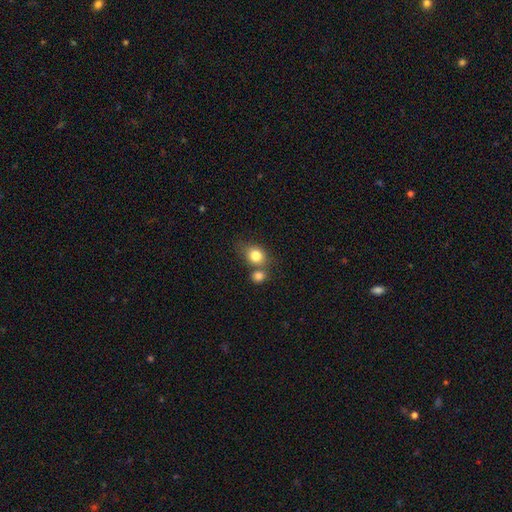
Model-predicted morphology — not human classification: Overall: smooth (82%). How rounded: round (62%; in between 36%). Merging: none (46%; merger 37%).